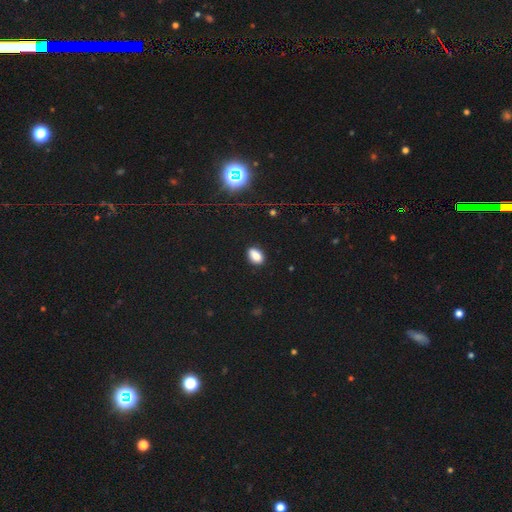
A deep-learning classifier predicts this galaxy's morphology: smooth_or_featured: smooth (p=0.84) [alt: star or artifact p=0.11]
how_rounded: in between (p=0.88) [alt: round p=0.09]
merging: none (p=0.85) [alt: minor disturbance p=0.12]